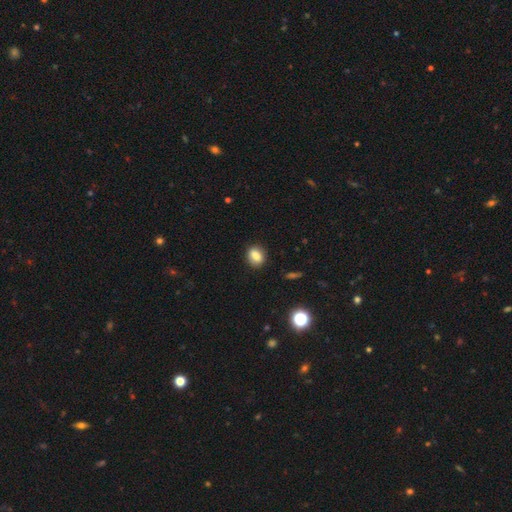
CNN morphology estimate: smooth 82%, star or artifact 10%, featured or disk 8%. Down the decision tree: how rounded — in between (58%); merging — none (87%).